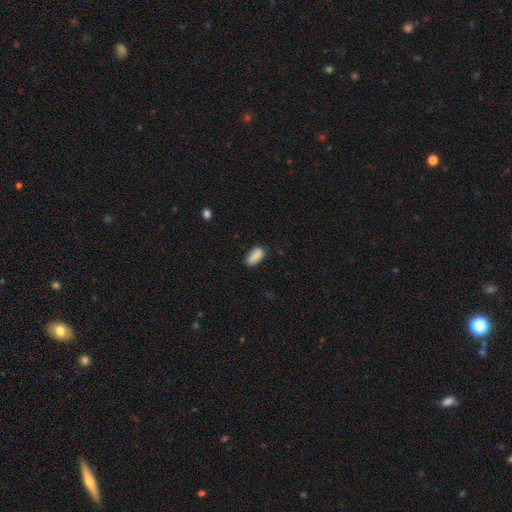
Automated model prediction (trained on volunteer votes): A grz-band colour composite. It shows a smooth galaxy with no disk features (87%) that is in between round and cigar-shaped (90%). Merging: none (78%).